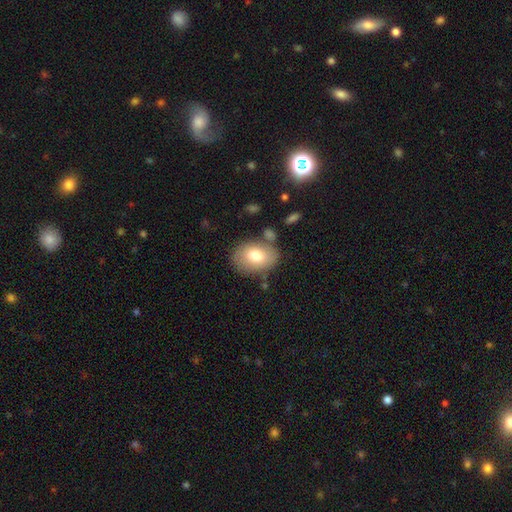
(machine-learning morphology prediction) Smooth or featured? Predicted: smooth (p=0.75). How rounded? Predicted: in between (p=0.78). Merging? Predicted: none (p=0.74).